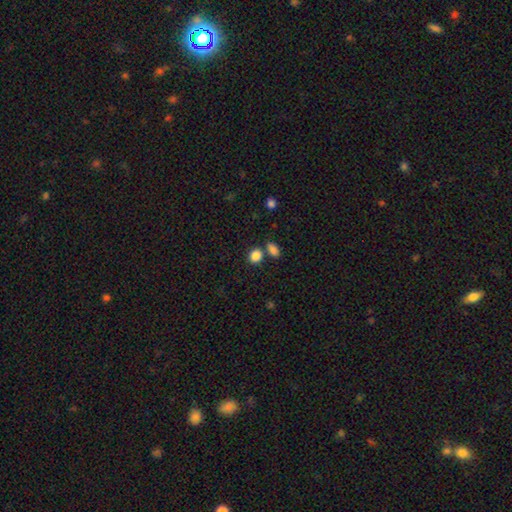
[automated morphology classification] Smooth or featured? Predicted: smooth (p=0.86). How rounded? Predicted: round (p=0.60). Merging? Predicted: none (p=0.67).